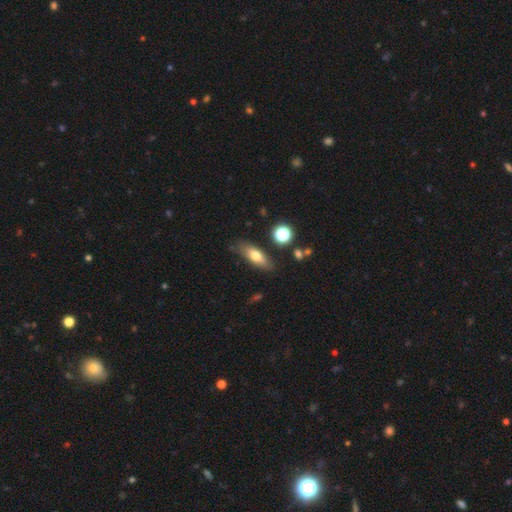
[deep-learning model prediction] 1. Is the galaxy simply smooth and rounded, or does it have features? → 69% smooth, 22% featured or disk, 8% star or artifact.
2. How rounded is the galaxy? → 65% in between, 30% cigar-shaped, 4% round.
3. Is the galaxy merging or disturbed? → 78% none, 15% minor disturbance, 4% major disturbance, 3% merger.